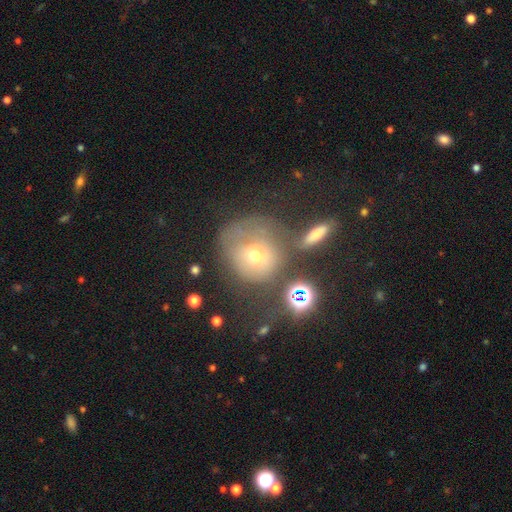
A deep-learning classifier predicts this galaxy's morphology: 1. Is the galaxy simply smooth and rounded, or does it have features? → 41% featured or disk, 40% smooth, 19% star or artifact.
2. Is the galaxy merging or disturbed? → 48% none, 18% minor disturbance, 17% merger, 16% major disturbance.